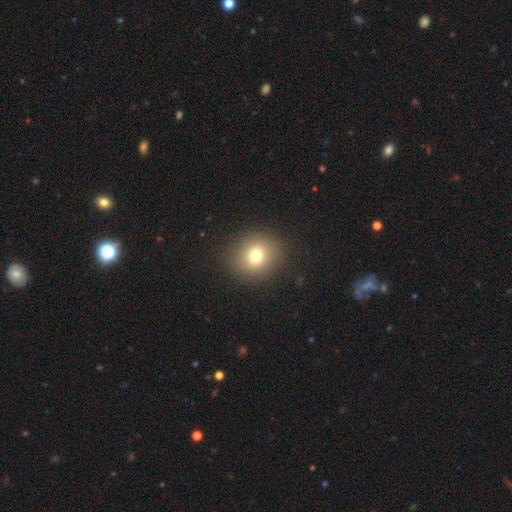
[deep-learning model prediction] Smooth or featured? Predicted: smooth (p=0.75). How rounded? Predicted: round (p=0.81). Merging? Predicted: none (p=0.89).